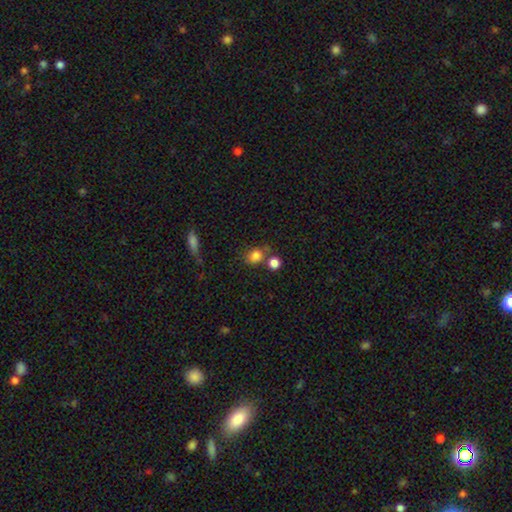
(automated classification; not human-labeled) Smooth or featured? Predicted: smooth (p=0.82). How rounded? Predicted: round (p=0.67). Merging? Predicted: none (p=0.59).